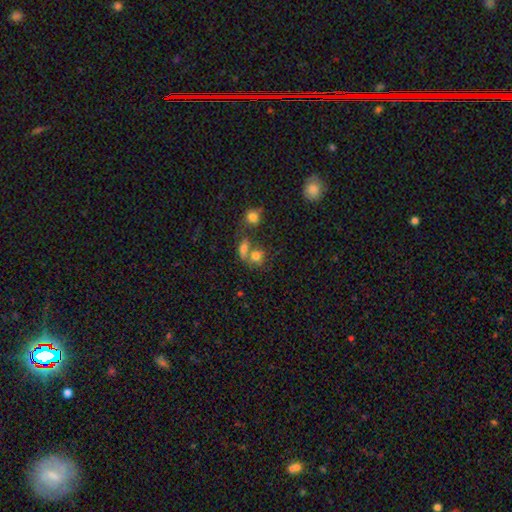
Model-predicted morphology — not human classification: This is likely a smooth galaxy (75%). How rounded: possibly round (50%). Merging: possibly merger (50%).